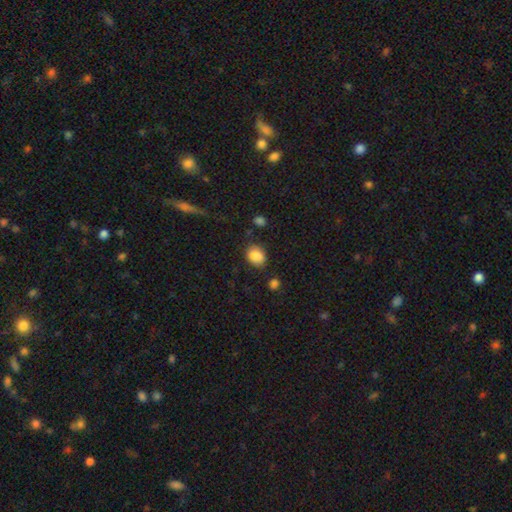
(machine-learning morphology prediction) type=smooth (86%); roundness=in between (59%); merging=none (73%).